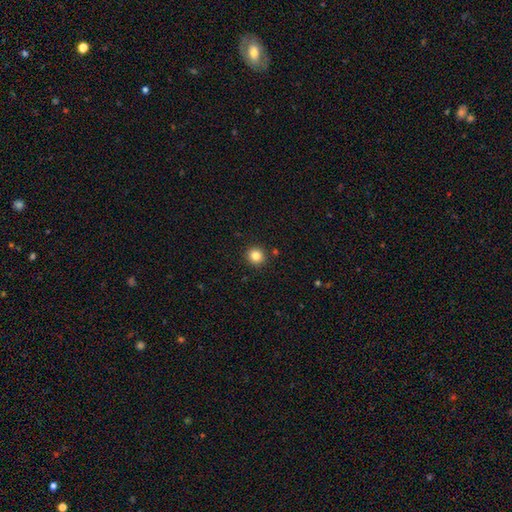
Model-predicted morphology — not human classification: The model was most divided on "smooth or featured": smooth: 83%, star or artifact: 11%, featured or disk: 5%. More confident: how rounded — round (93%); merging — none (91%).